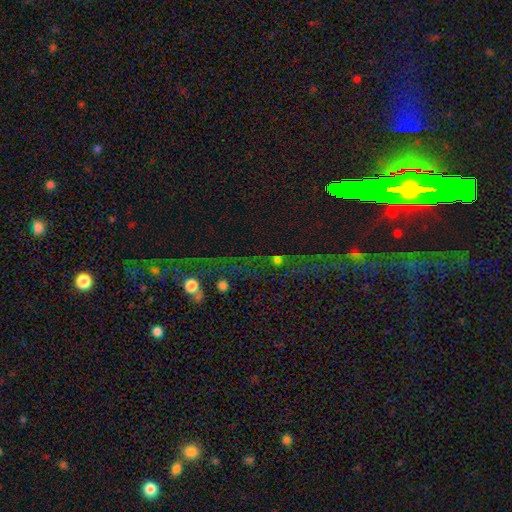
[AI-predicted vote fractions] star or artifact 65%, smooth 18%, featured or disk 16%.